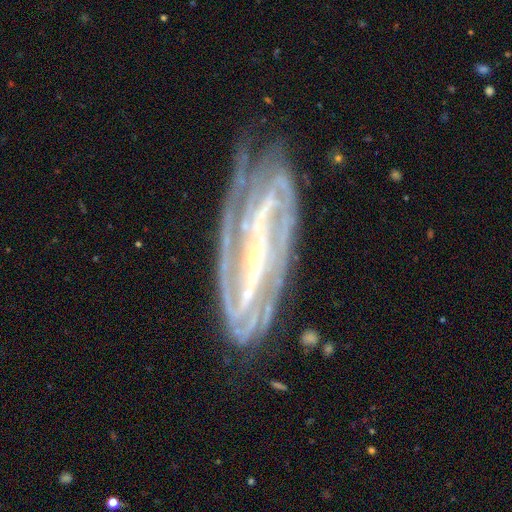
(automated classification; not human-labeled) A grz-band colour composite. It shows a featured or disk galaxy (89%) with a strong bar (69%), 2 (53%) tight (57%) spiral arms (95%) and a small central bulge (81%). Merging: none (69%).